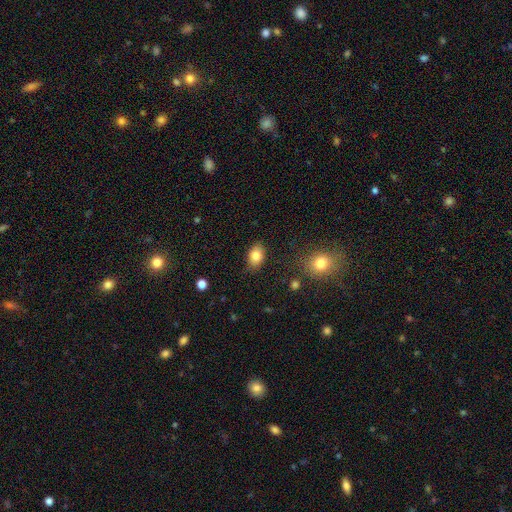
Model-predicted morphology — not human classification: smooth 84%, star or artifact 9%, featured or disk 7%. Down the decision tree: how rounded — in between (80%); merging — none (82%).